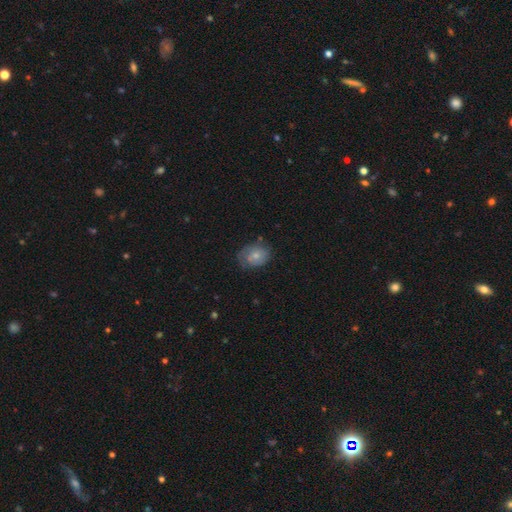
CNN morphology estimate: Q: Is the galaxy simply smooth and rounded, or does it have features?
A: smooth — 57%.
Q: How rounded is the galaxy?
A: in between — 52%.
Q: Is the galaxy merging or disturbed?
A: none — 58%.